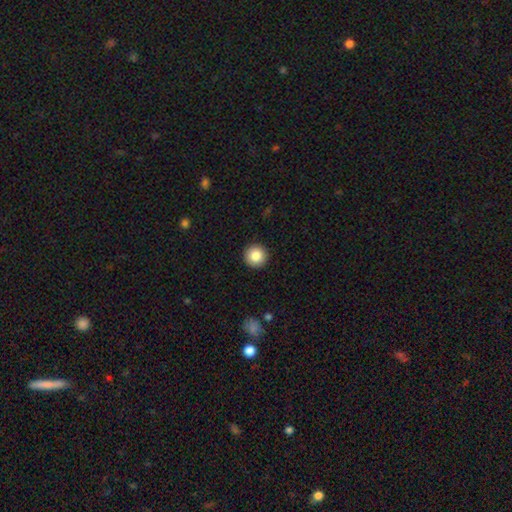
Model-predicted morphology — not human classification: smooth_or_featured: smooth (p=0.85) [alt: star or artifact p=0.09]
how_rounded: round (p=0.96) [alt: in between p=0.03]
merging: none (p=0.93) [alt: minor disturbance p=0.05]